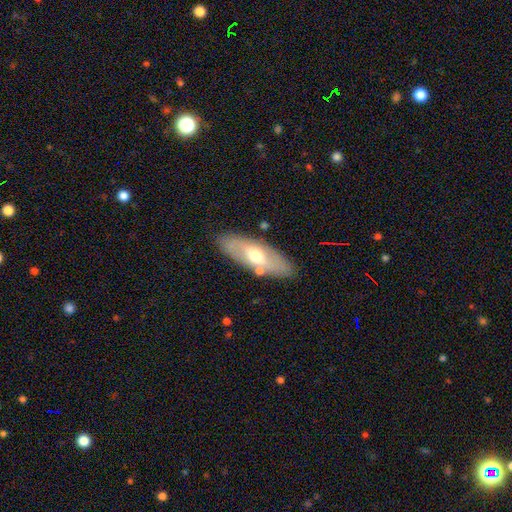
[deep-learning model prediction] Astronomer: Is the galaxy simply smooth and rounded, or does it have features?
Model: featured or disk — 48% (runner-up: smooth, 46%).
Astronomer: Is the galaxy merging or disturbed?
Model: none — 81%.